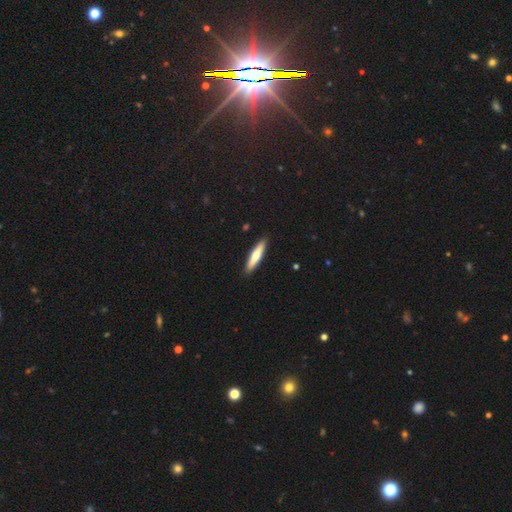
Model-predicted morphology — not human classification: smooth-or-featured: smooth: 60% | featured or disk: 35% | star or artifact: 5%
  how-rounded: cigar-shaped: 84% | in between: 15% | round: 1%
  merging: none: 91% | minor disturbance: 7% | major disturbance: 1% | merger: 1%